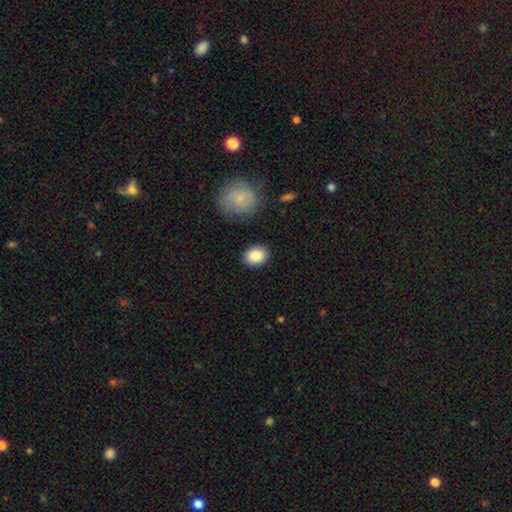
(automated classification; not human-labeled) The model was most divided on "how rounded": in between: 54%, round: 45%, cigar-shaped: 1%. More confident: smooth or featured — smooth (88%); merging — none (86%).